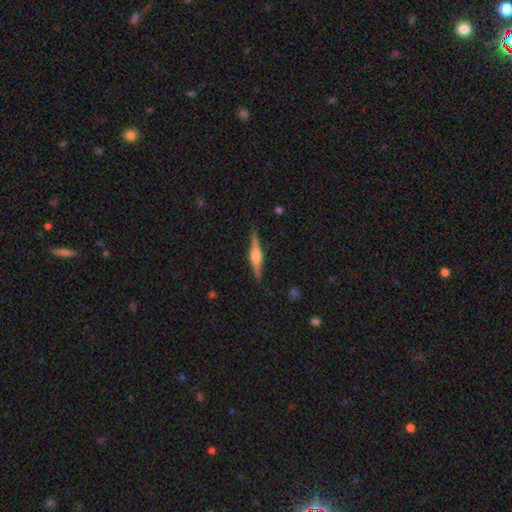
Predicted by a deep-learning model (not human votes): smooth_or_featured: featured or disk (p=0.78) [alt: smooth p=0.17]
disk_edge_on: yes (p=0.98) [alt: no p=0.02]
edge_on_bulge: rounded (p=0.84) [alt: boxy p=0.14]
merging: none (p=0.89) [alt: minor disturbance p=0.08]